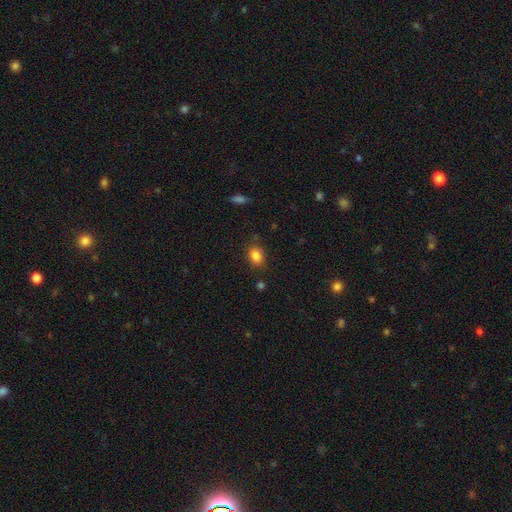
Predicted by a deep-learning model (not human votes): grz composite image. It shows a smooth galaxy with no disk features (85%) that is in between round and cigar-shaped (67%). Merging: none (82%).